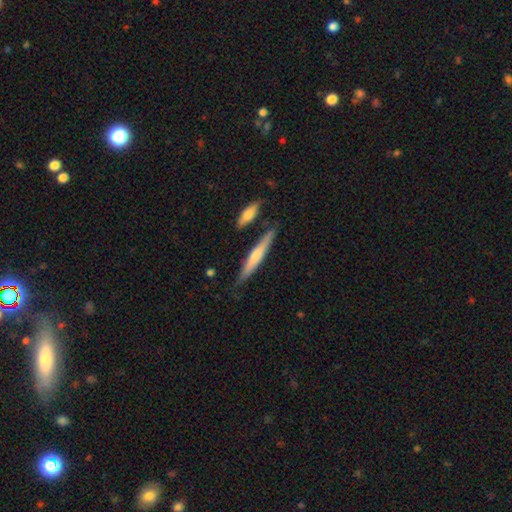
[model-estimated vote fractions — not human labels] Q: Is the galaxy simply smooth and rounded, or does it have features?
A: smooth — 54%.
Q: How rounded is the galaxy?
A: cigar-shaped — 93%.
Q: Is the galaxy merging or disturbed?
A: none — 81%.